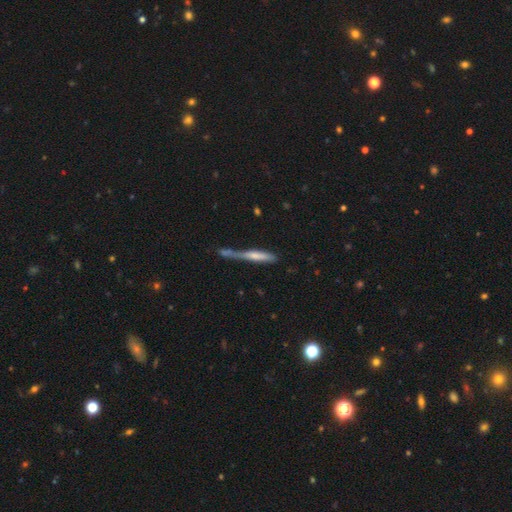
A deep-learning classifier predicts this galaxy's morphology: The model was most divided on "merging": merger: 33%, none: 32%, minor disturbance: 21%, major disturbance: 14%. More confident: how rounded — cigar-shaped (91%); smooth or featured — smooth (56%).